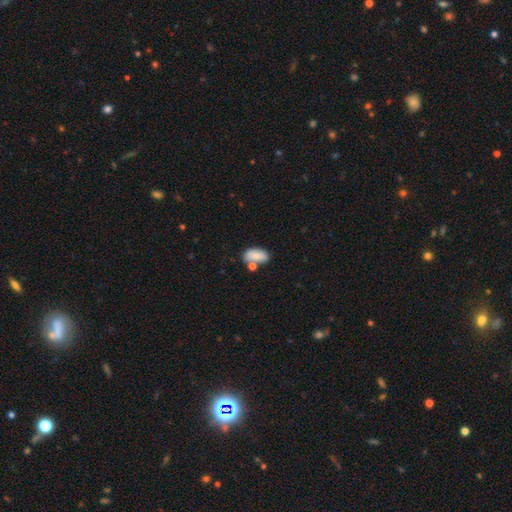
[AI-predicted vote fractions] The model was most divided on "merging": none: 54%, merger: 24%, minor disturbance: 17%, major disturbance: 5%. More confident: how rounded — in between (91%); smooth or featured — smooth (82%).